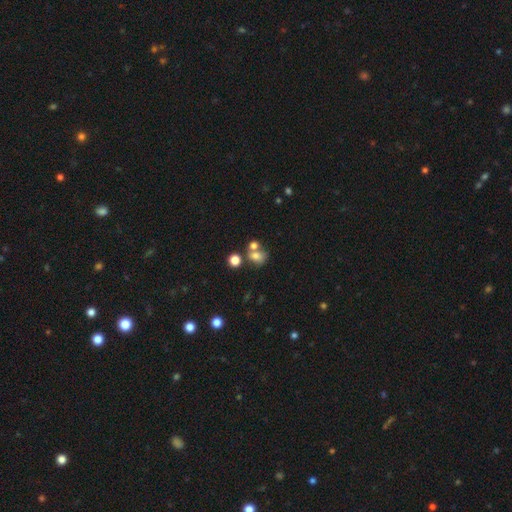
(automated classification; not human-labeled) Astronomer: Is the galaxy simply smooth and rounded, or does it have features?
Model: smooth — 71%.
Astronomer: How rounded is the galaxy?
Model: round — 54% (runner-up: in between, 45%).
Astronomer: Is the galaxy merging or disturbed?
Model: none — 43% (runner-up: merger, 38%).